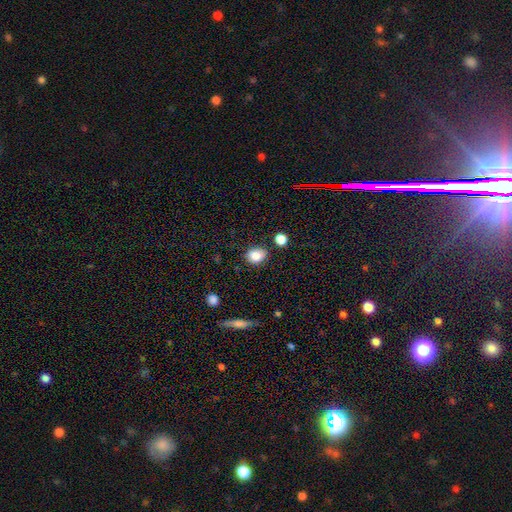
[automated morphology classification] Smooth or featured?
  - smooth: 83% *
  - star or artifact: 10%
  - featured or disk: 7%
How rounded?
  - in between: 51% *
  - round: 48%
  - cigar-shaped: 1%
Merging?
  - none: 81% *
  - minor disturbance: 12%
  - merger: 4%
  - major disturbance: 3%